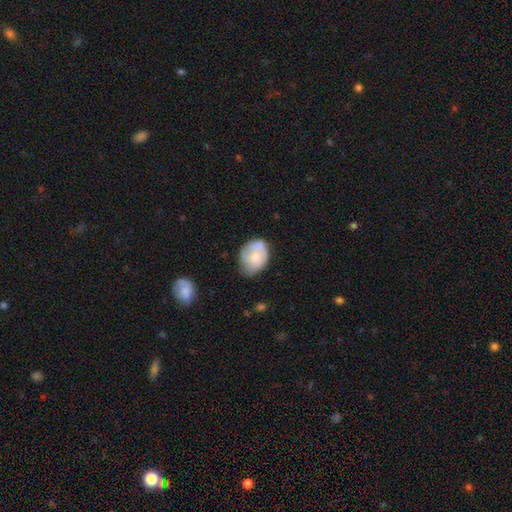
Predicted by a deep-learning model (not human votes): Smooth or featured: smooth — 53% (featured or disk — 40%)
How rounded: in between — 58% (round — 41%)
Merging: none — 44% (minor disturbance — 37%)